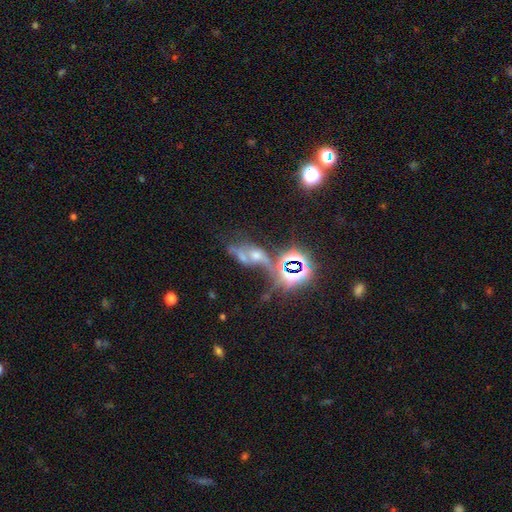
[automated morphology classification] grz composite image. It shows a star or artifact, not a galaxy (57%).